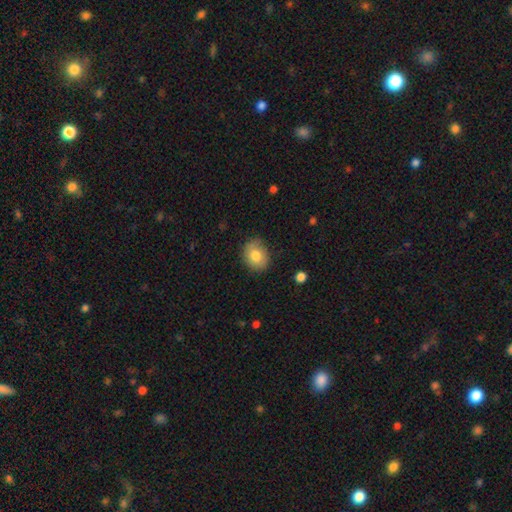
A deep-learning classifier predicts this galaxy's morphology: The model was most divided on "how rounded": round: 57%, in between: 42%, cigar-shaped: 1%. More confident: merging — none (79%); smooth or featured — smooth (79%).